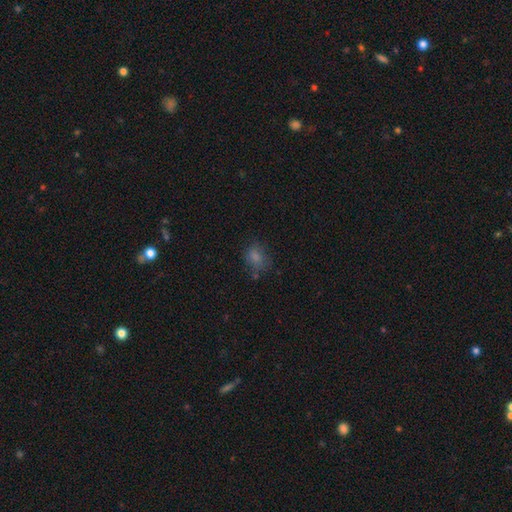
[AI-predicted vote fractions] Morphology: type=smooth (66%); roundness=round (55%); merging=none (72%).